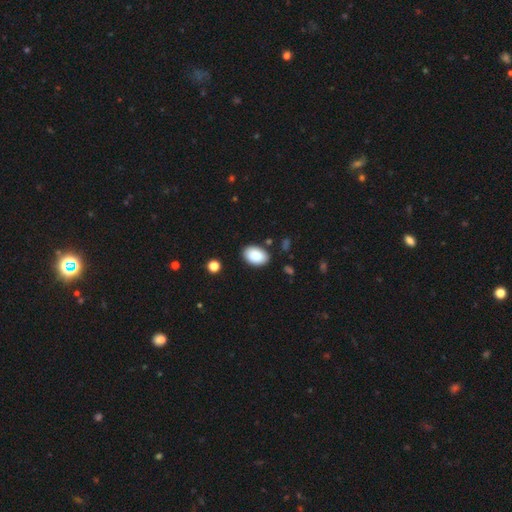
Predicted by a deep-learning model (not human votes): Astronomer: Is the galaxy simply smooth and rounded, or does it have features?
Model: smooth — 88%.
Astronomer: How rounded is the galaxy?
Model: in between — 90%.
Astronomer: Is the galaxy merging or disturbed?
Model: none — 85%.